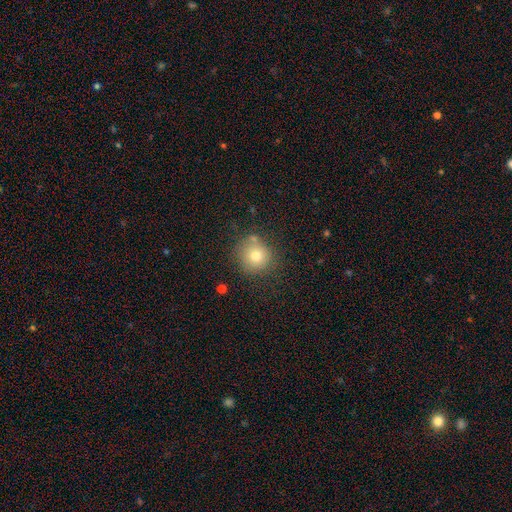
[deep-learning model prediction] This appears to be a smooth galaxy with no disk features (75%) that is round (92%). Merging: none (78%).